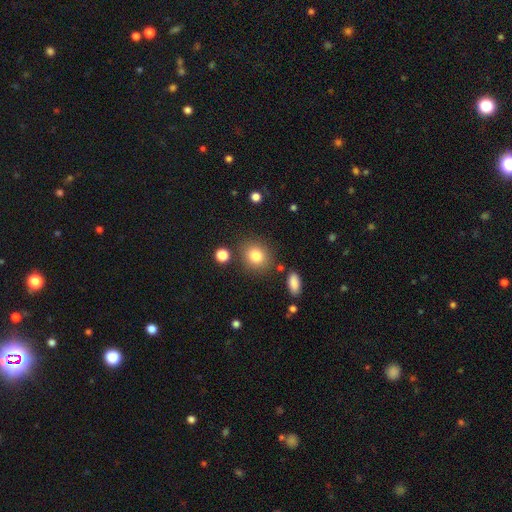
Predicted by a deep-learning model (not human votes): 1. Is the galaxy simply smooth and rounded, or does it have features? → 82% smooth, 10% star or artifact, 8% featured or disk.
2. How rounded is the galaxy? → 71% round, 28% in between, 1% cigar-shaped.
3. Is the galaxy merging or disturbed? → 82% none, 10% minor disturbance, 5% merger, 3% major disturbance.